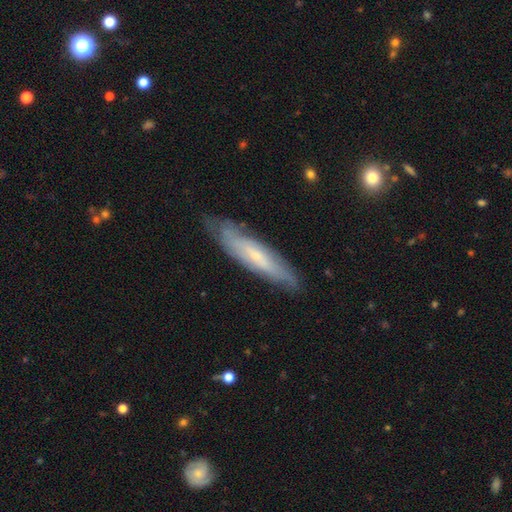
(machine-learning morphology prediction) Smooth or featured? featured or disk (58%)
Edge-on disk? yes (53%)
Merging? none (76%)